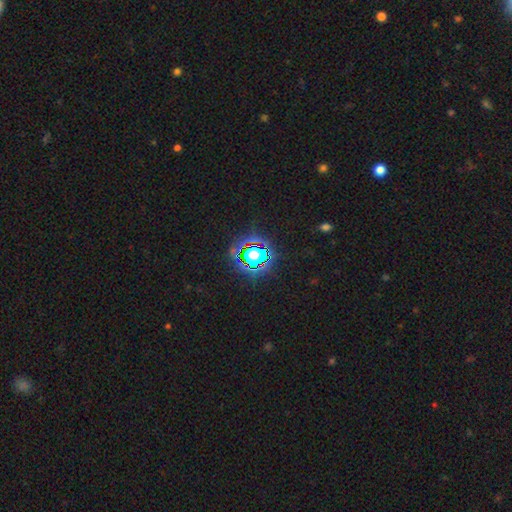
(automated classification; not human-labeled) Smooth or featured? star or artifact (76%)